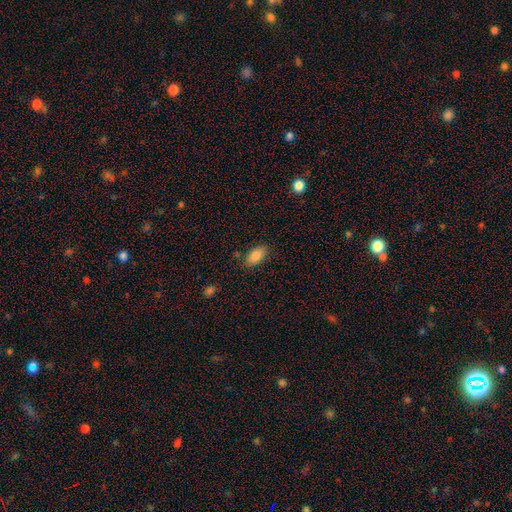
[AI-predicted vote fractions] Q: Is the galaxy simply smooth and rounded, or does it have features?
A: smooth — 86%.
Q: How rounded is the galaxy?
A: in between — 92%.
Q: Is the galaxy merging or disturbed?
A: none — 82%.